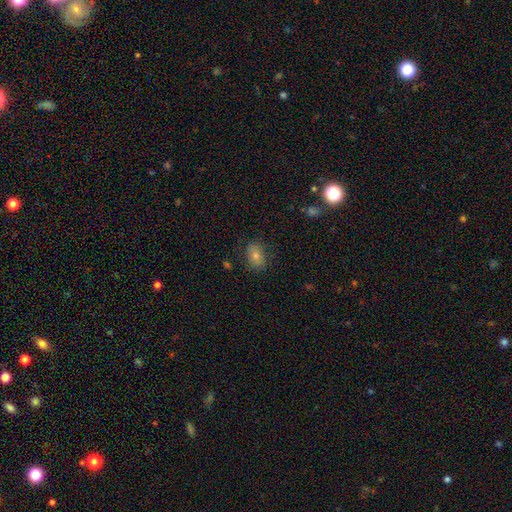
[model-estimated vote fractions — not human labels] smooth 68%, star or artifact 16%, featured or disk 16%. Down the decision tree: how rounded — in between (74%); merging — none (82%).